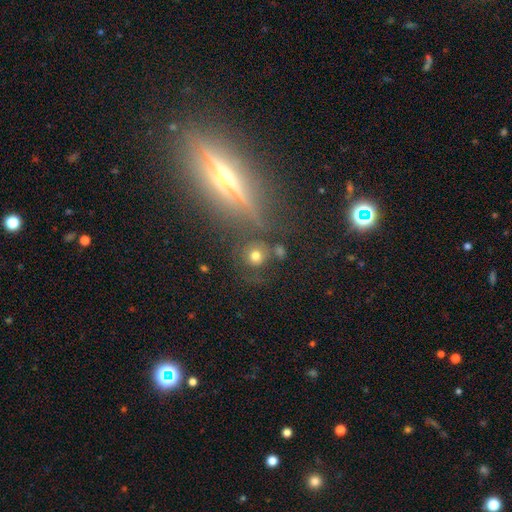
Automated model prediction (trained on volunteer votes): Smooth or featured?
  - smooth: 66% *
  - star or artifact: 17%
  - featured or disk: 17%
How rounded?
  - round: 89% *
  - in between: 9%
  - cigar-shaped: 1%
Merging?
  - none: 66% *
  - minor disturbance: 13%
  - merger: 12%
  - major disturbance: 9%